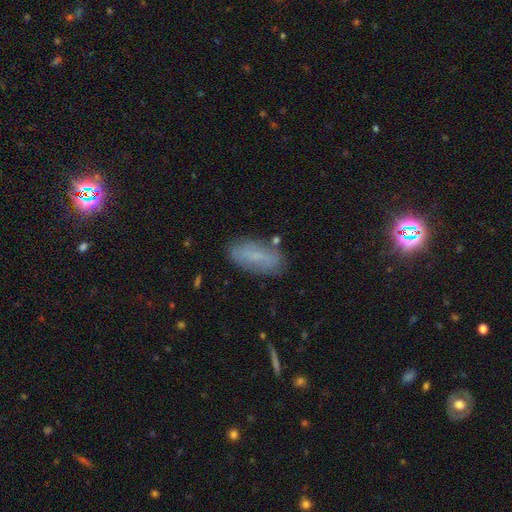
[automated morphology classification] A smooth galaxy with no disk features (66%) that is in between round and cigar-shaped (73%).

Vote fractions:
- Smooth or featured? smooth: 66% / featured or disk: 24% / star or artifact: 10%
- How rounded? in between: 73% / cigar-shaped: 25% / round: 3%
- Merging? none: 79% / minor disturbance: 15% / major disturbance: 4% / merger: 3%